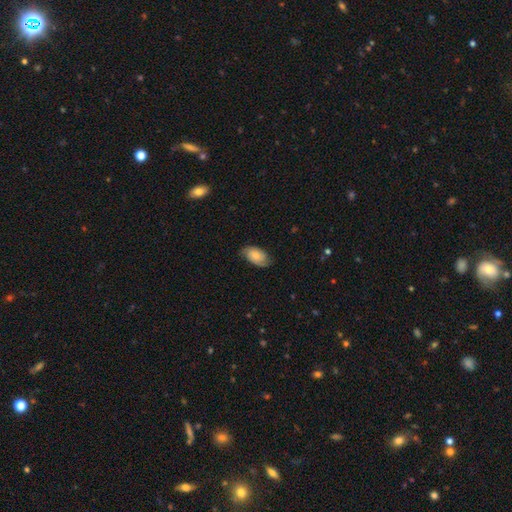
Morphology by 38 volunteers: smooth 53%, featured or disk 37%, star or artifact 11%. Down the decision tree: how rounded — in between (95%); merging — none (85%).